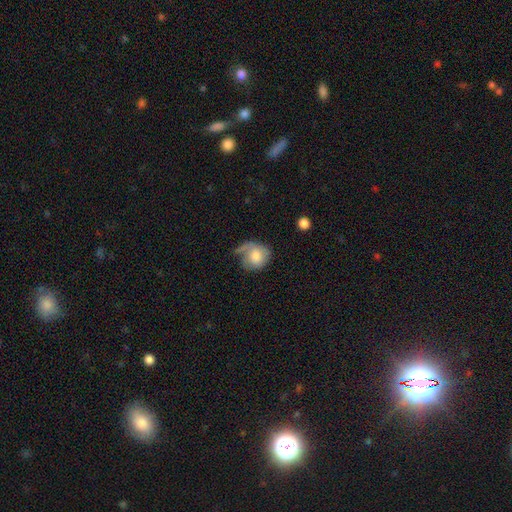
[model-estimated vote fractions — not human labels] Smooth or featured: smooth — 68% (featured or disk — 25%)
How rounded: round — 68% (in between — 31%)
Merging: none — 35% (minor disturbance — 31%)